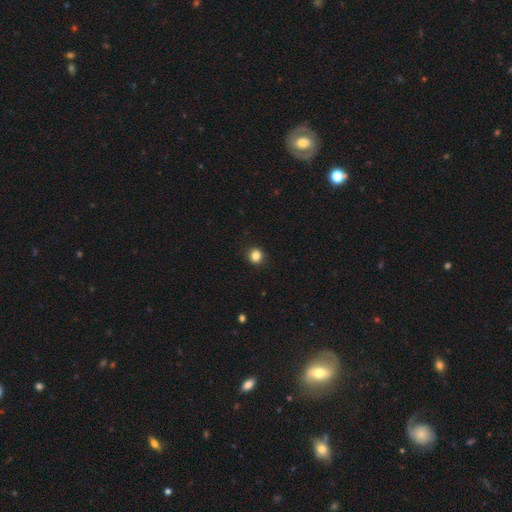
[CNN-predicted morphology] smooth-or-featured: smooth: 84% | star or artifact: 11% | featured or disk: 4%
  how-rounded: round: 84% | in between: 15% | cigar-shaped: 1%
  merging: none: 90% | minor disturbance: 8% | major disturbance: 2% | merger: 1%